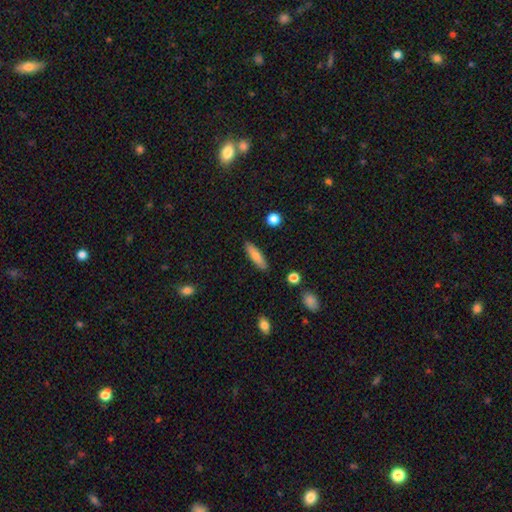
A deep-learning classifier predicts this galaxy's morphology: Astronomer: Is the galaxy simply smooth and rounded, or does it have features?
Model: smooth — 77%.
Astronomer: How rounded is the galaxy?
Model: cigar-shaped — 67%.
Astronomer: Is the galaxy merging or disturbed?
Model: none — 88%.